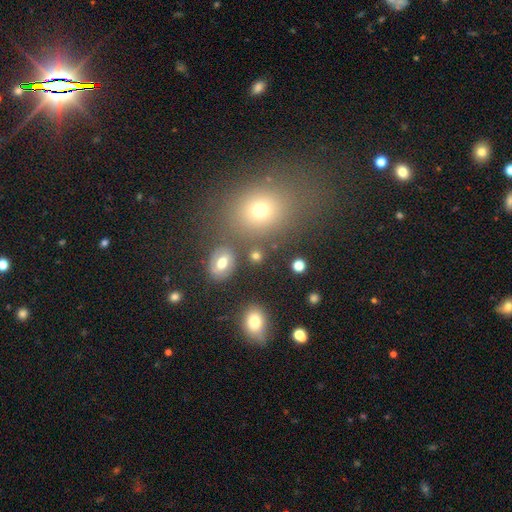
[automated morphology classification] A smooth galaxy with no disk features (73%) that is round (70%).

Vote fractions:
- Smooth or featured? smooth: 73% / star or artifact: 16% / featured or disk: 10%
- How rounded? round: 70% / in between: 28% / cigar-shaped: 2%
- Merging? none: 76% / merger: 10% / minor disturbance: 9% / major disturbance: 5%